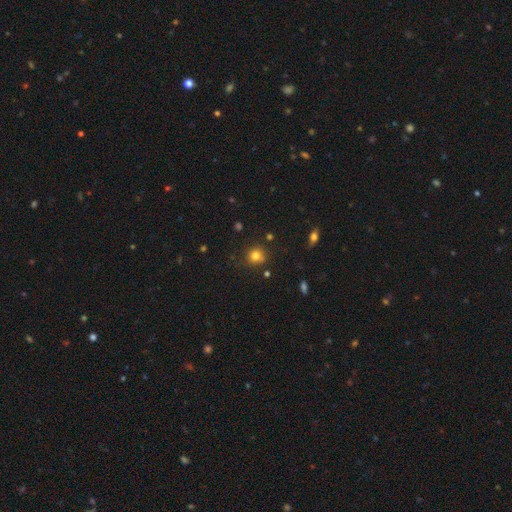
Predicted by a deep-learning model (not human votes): A smooth galaxy with no disk features (79%) that is round (86%). Merging: none (77%).